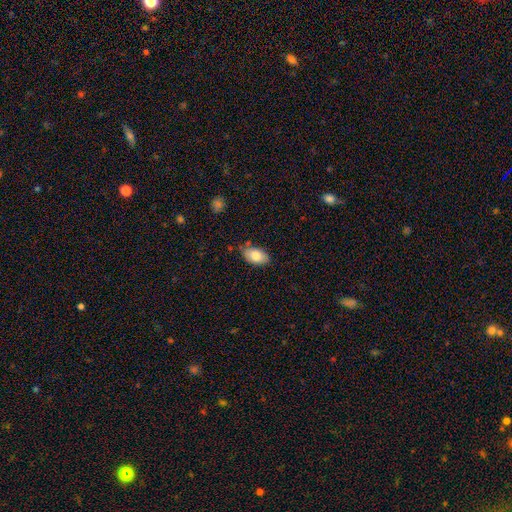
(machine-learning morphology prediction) The model was most divided on "merging": none: 78%, minor disturbance: 17%, major disturbance: 3%, merger: 2%. More confident: how rounded — in between (93%); smooth or featured — smooth (80%).